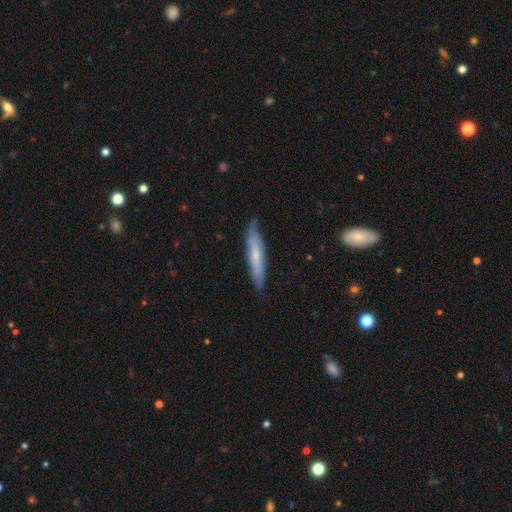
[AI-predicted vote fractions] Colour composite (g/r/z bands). It shows a smooth galaxy with no disk features (56%) that is cigar-shaped (92%). Merging: none (83%).